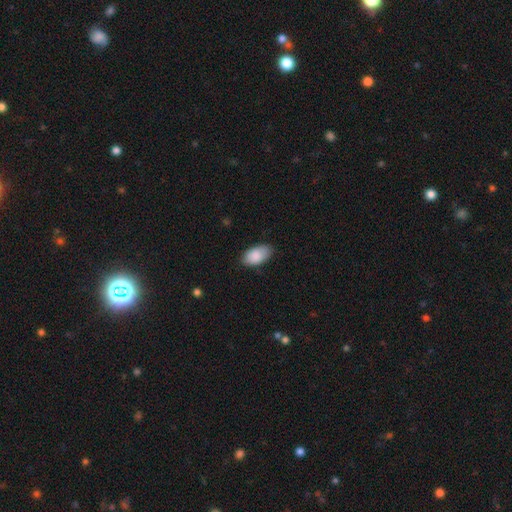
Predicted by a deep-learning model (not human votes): Smooth or featured? smooth (88%)
How rounded? in between (95%)
Merging? none (80%)